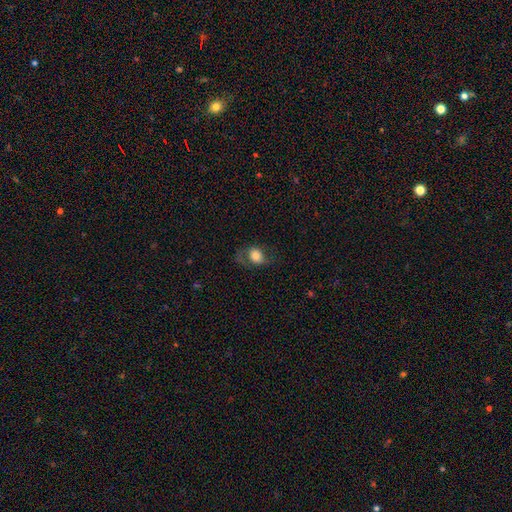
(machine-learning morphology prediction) The model was most divided on "how rounded": in between: 53%, round: 46%, cigar-shaped: 1%. More confident: smooth or featured — smooth (67%); merging — none (53%).